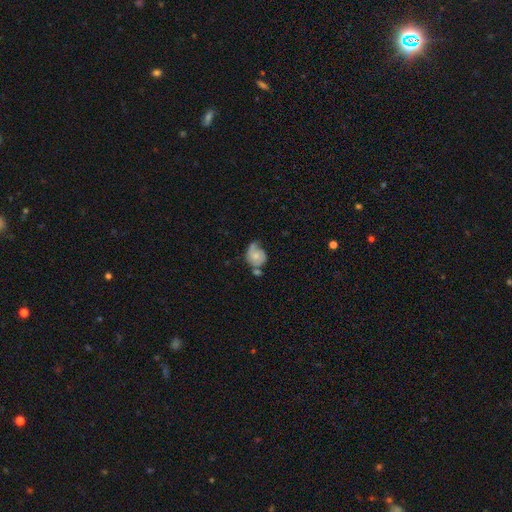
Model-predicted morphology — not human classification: A featured or disk galaxy (56%) with no bar (78%), spiral arms (81%) and a small central bulge (45%). Merging: none (37%).